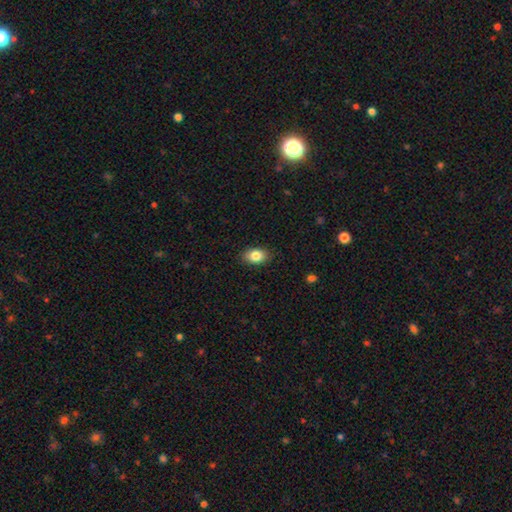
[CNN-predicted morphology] Q: Smooth or featured?
A: smooth (84%); runner-up: star or artifact (8%)
Q: How rounded?
A: in between (85%); runner-up: round (13%)
Q: Merging?
A: none (87%); runner-up: minor disturbance (9%)